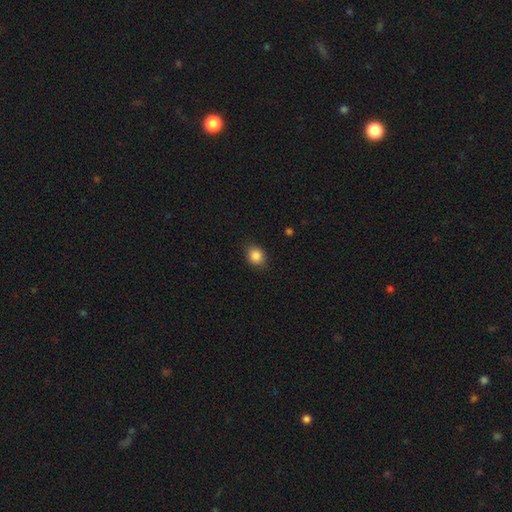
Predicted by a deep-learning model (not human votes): A smooth galaxy with no disk features (87%) that is round (58%).

Vote fractions:
- Smooth or featured? smooth: 87% / star or artifact: 9% / featured or disk: 4%
- How rounded? round: 58% / in between: 41% / cigar-shaped: 1%
- Merging? none: 86% / minor disturbance: 11% / major disturbance: 3% / merger: 1%